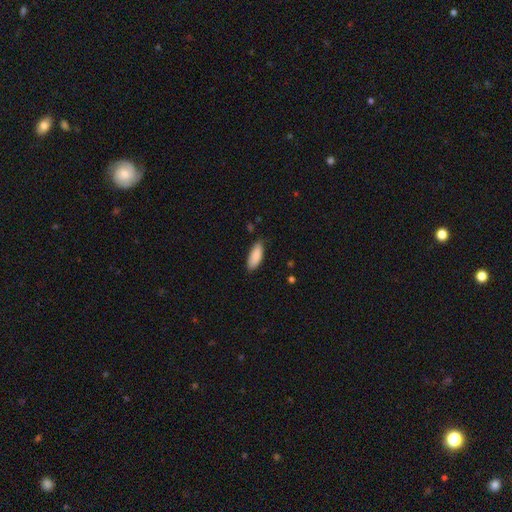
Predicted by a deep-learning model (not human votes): Smooth or featured: smooth — 89% (star or artifact — 6%)
How rounded: in between — 78% (cigar-shaped — 21%)
Merging: none — 82% (minor disturbance — 15%)